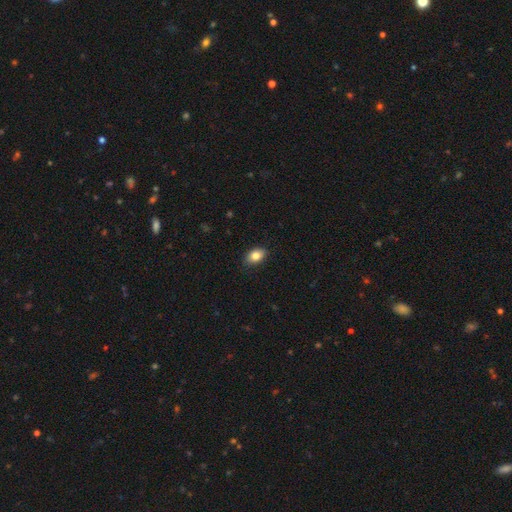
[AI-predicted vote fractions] Q: Smooth or featured?
A: smooth (84%); runner-up: featured or disk (8%)
Q: How rounded?
A: in between (87%); runner-up: round (12%)
Q: Merging?
A: none (85%); runner-up: minor disturbance (12%)